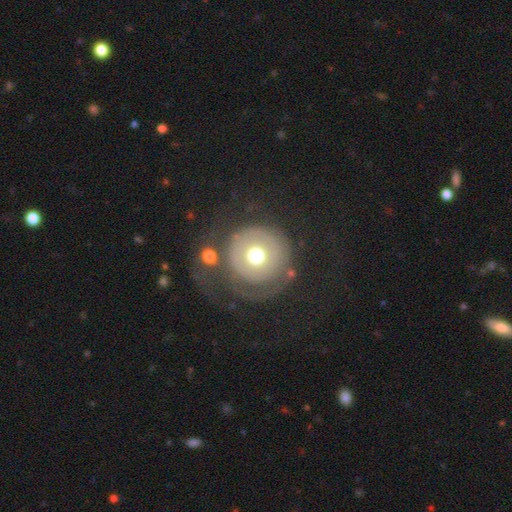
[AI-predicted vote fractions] Overall: smooth (47%; featured or disk 44%). Merging: none (53%; major disturbance 25%).